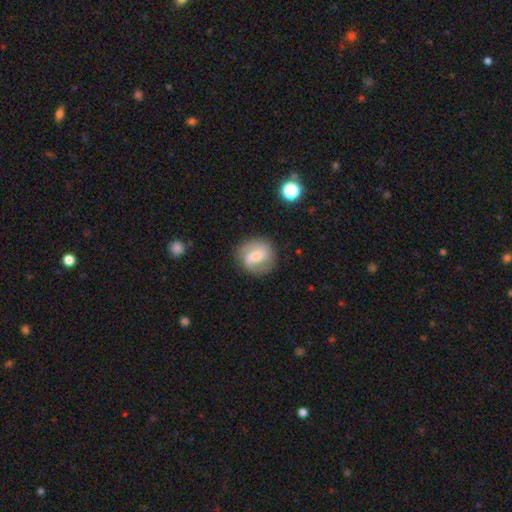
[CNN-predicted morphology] featured or disk 62%, smooth 31%, star or artifact 7%. Down the decision tree: edge-on disk — no (97%); bar — weak (48%); spiral arms — yes (87%); spiral arm count — 2 (80%); spiral winding — medium (45%); bulge size — small (41%); merging — none (79%).